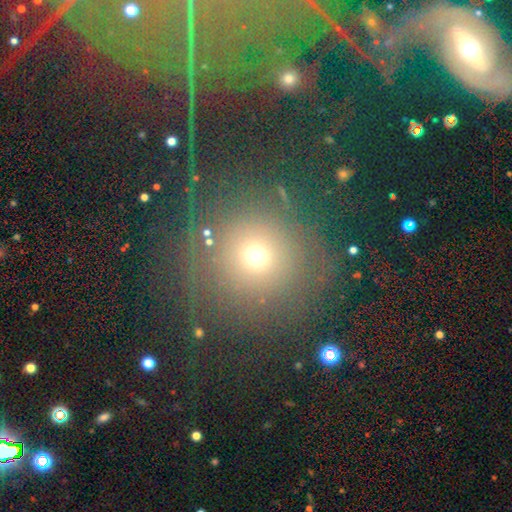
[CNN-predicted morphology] Smooth or featured? smooth (57%)
How rounded? round (92%)
Merging? none (81%)